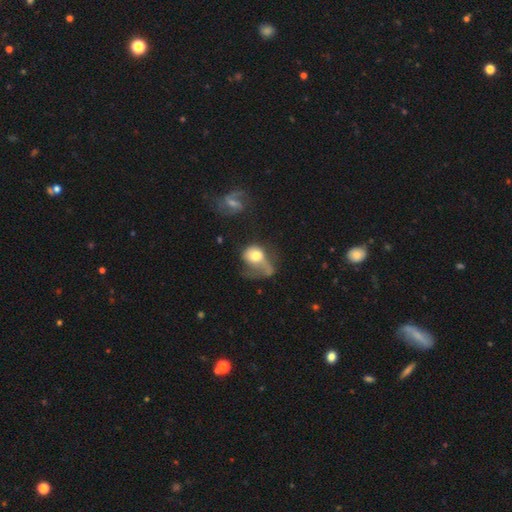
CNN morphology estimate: smooth_or_featured: smooth (p=0.57) [alt: featured or disk p=0.35]
how_rounded: round (p=0.52) [alt: in between p=0.46]
merging: major disturbance (p=0.50) [alt: none p=0.19]